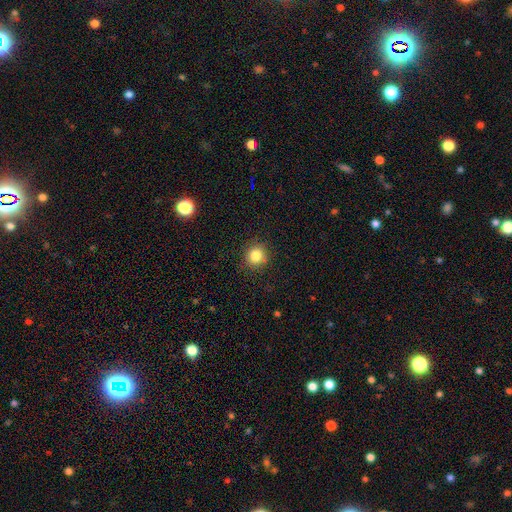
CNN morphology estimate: Smooth or featured? Predicted: smooth (p=0.83). How rounded? Predicted: round (p=0.89). Merging? Predicted: none (p=0.88).